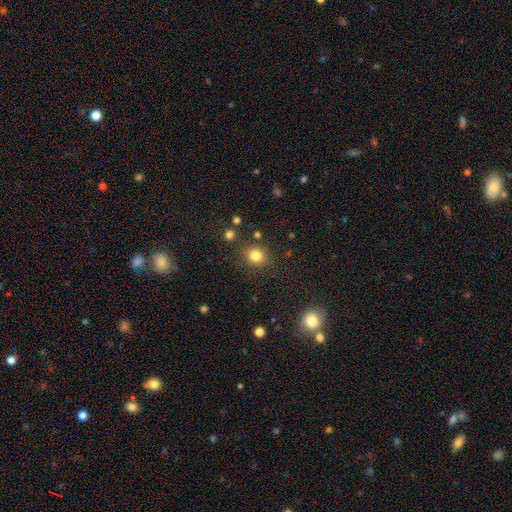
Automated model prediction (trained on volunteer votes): Smooth or featured?
  - smooth: 81% *
  - star or artifact: 13%
  - featured or disk: 6%
How rounded?
  - round: 82% *
  - in between: 17%
  - cigar-shaped: 1%
Merging?
  - none: 83% *
  - minor disturbance: 9%
  - merger: 4%
  - major disturbance: 4%